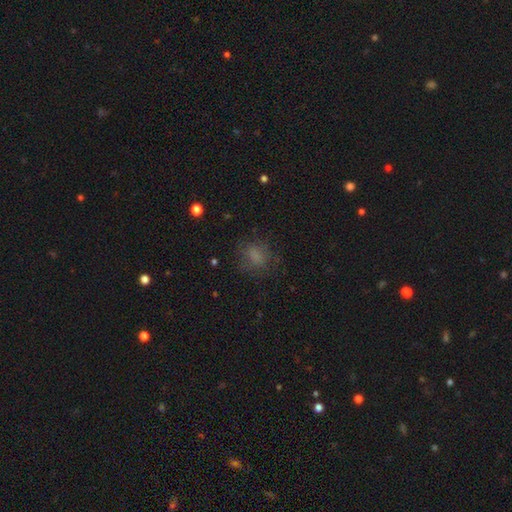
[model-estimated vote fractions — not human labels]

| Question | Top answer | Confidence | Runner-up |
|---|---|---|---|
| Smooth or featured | smooth | 74% | star or artifact (15%) |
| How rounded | round | 57% | in between (41%) |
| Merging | none | 70% | minor disturbance (18%) |